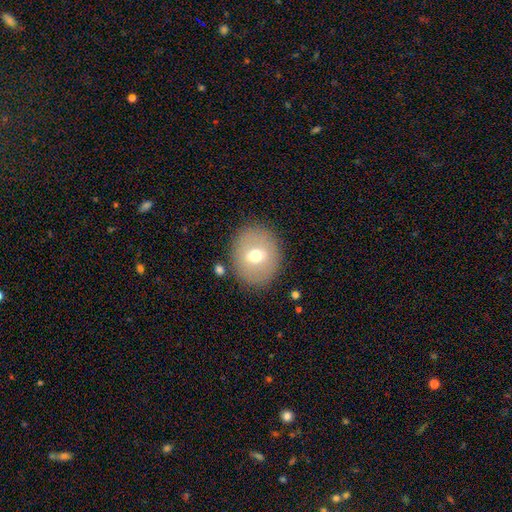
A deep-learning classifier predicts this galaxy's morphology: This appears to be a smooth galaxy with no disk features (61%) that is round (64%). Merging: none (85%).